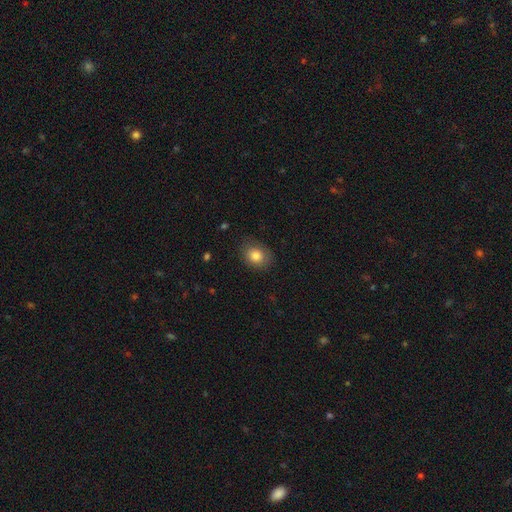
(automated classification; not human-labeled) The model was most divided on "how rounded": in between: 51%, round: 48%, cigar-shaped: 1%. More confident: smooth or featured — smooth (82%); merging — none (80%).